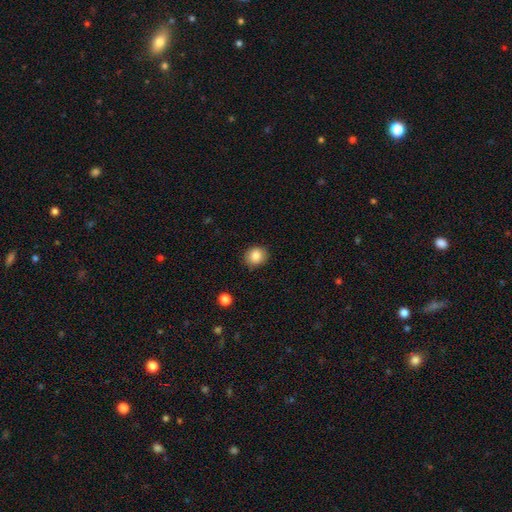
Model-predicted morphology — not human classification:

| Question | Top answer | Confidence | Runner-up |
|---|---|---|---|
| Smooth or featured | smooth | 86% | star or artifact (9%) |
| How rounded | round | 77% | in between (22%) |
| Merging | none | 87% | minor disturbance (10%) |